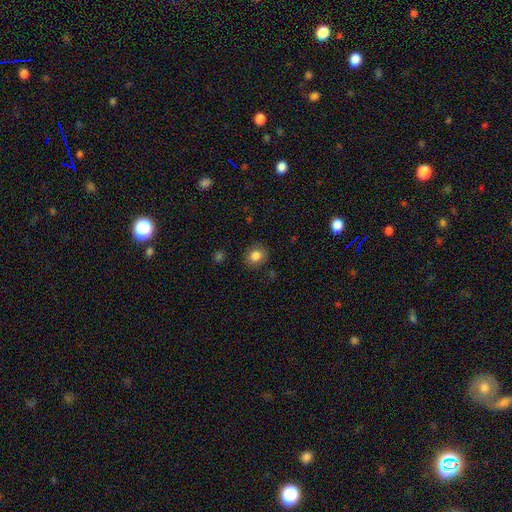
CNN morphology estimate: smooth-or-featured: smooth: 83% | star or artifact: 10% | featured or disk: 8%
  how-rounded: round: 74% | in between: 25% | cigar-shaped: 1%
  merging: none: 85% | minor disturbance: 10% | major disturbance: 3% | merger: 1%